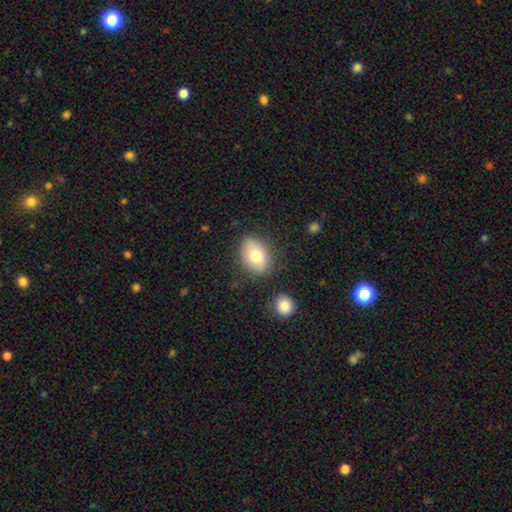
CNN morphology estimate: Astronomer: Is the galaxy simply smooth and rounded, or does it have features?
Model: smooth — 77%.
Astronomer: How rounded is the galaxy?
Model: in between — 77%.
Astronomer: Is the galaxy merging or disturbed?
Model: none — 78%.